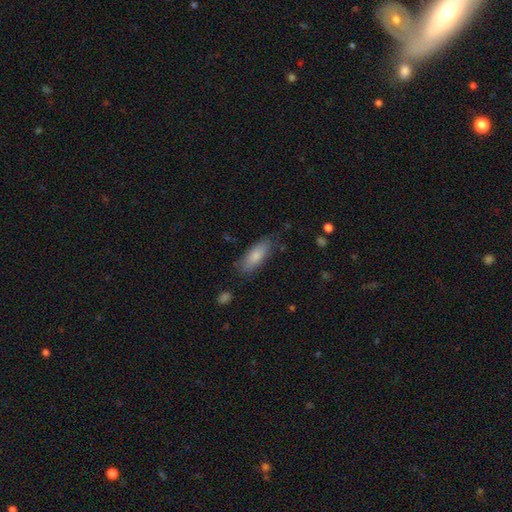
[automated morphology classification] Smooth or featured? Predicted: smooth (p=0.80). How rounded? Predicted: in between (p=0.73). Merging? Predicted: none (p=0.77).